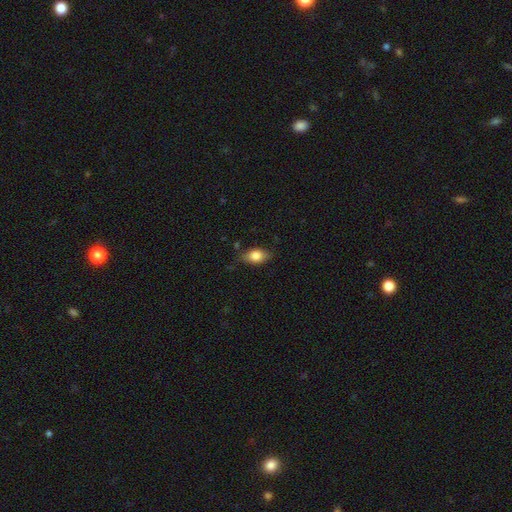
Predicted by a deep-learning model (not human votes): Q: Smooth or featured?
A: smooth (80%); runner-up: featured or disk (13%)
Q: How rounded?
A: in between (84%); runner-up: round (11%)
Q: Merging?
A: none (75%); runner-up: minor disturbance (19%)